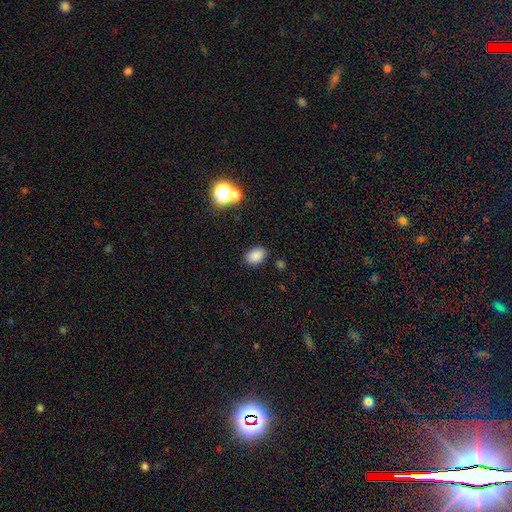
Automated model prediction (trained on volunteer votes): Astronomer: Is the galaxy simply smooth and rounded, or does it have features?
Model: smooth — 84%.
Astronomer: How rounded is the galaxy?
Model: in between — 80%.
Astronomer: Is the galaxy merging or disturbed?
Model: none — 84%.